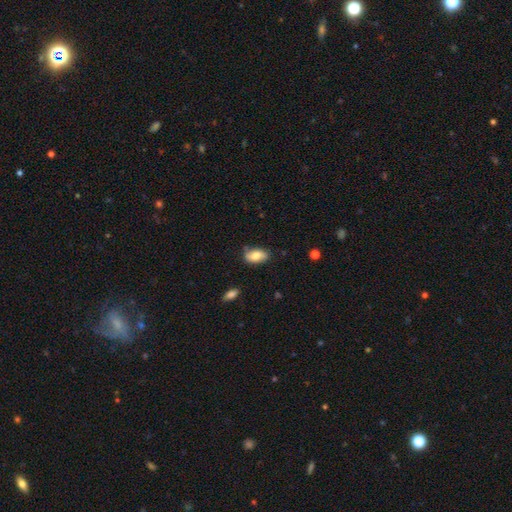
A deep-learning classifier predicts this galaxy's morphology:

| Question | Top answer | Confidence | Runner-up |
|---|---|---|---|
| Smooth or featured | smooth | 70% | featured or disk (22%) |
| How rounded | in between | 91% | round (5%) |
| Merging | none | 71% | minor disturbance (22%) |